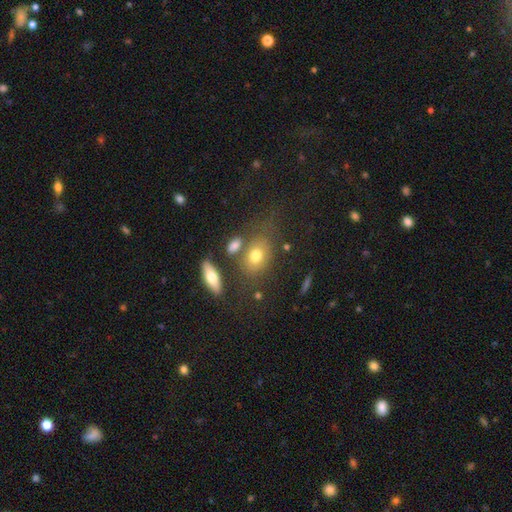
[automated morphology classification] The model was most divided on "how rounded": in between: 69%, round: 29%, cigar-shaped: 3%. More confident: smooth or featured — smooth (71%); merging — none (62%).